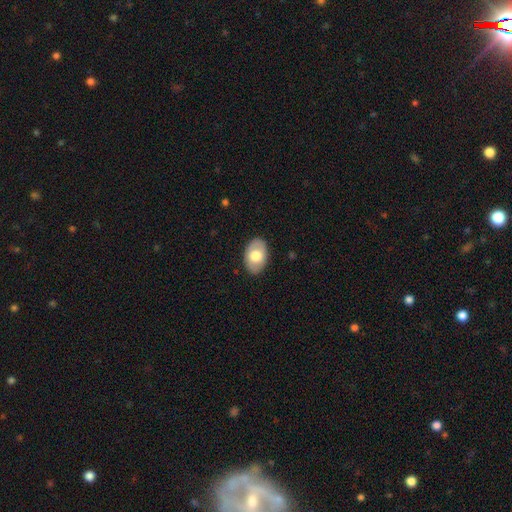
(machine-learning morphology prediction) The model was most divided on "smooth or featured": smooth: 66%, featured or disk: 28%, star or artifact: 6%. More confident: how rounded — in between (89%); merging — none (86%).